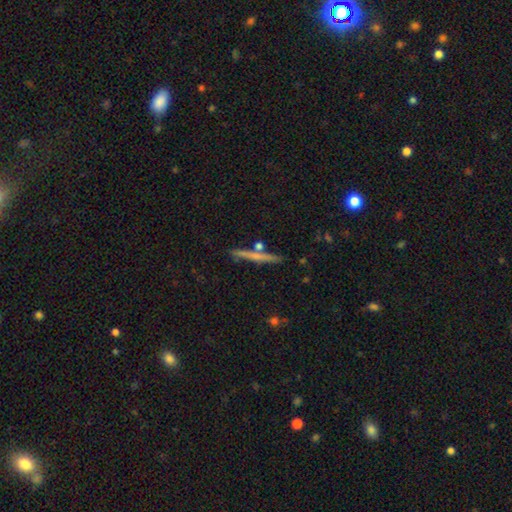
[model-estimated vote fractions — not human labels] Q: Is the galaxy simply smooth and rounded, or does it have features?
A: featured or disk — 50%.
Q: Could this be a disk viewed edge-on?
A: yes — 97%.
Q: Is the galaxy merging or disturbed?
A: none — 85%.